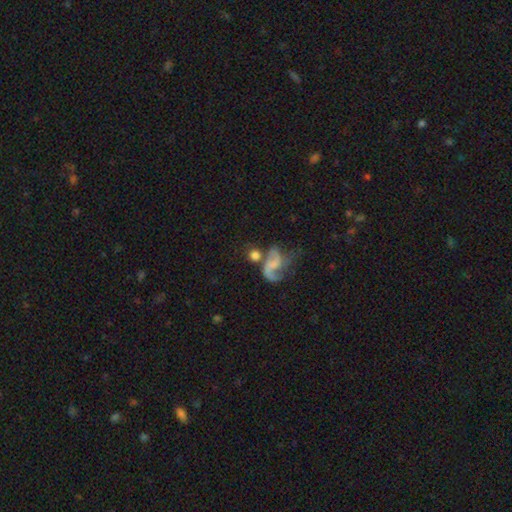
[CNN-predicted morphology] The model was most divided on "merging": none: 36%, merger: 33%, major disturbance: 17%, minor disturbance: 14%. Remaining: smooth or featured — featured or disk (47%).